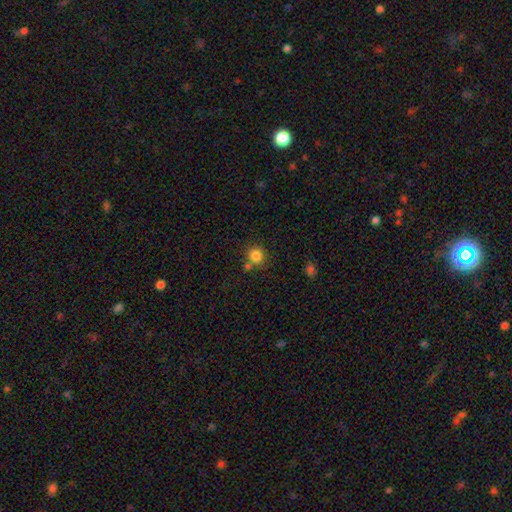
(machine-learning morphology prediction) Smooth or featured? smooth (83%)
How rounded? round (88%)
Merging? none (68%)